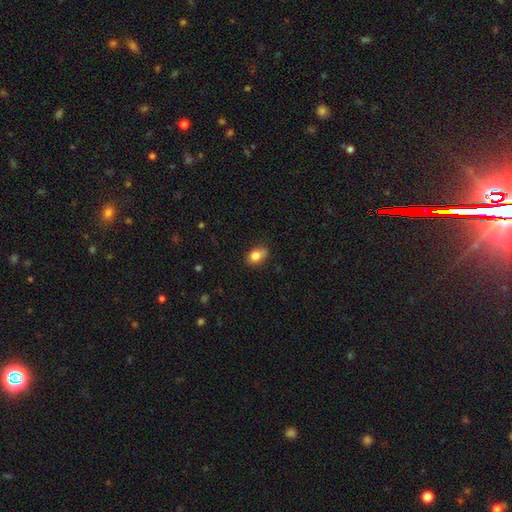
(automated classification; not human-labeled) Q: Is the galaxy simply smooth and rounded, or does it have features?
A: smooth — 82%.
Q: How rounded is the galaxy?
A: in between — 74%.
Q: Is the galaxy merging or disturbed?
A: none — 65%.